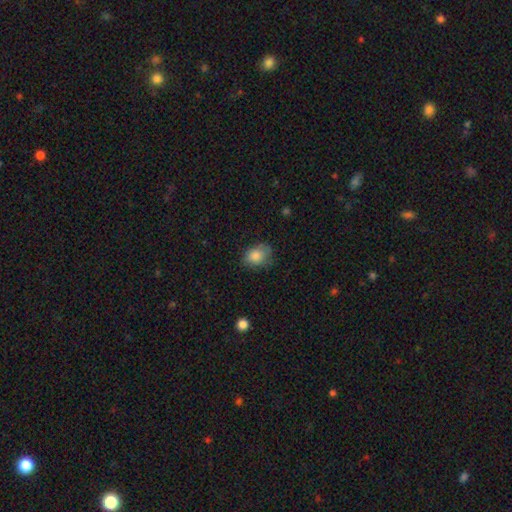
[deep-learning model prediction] smooth-or-featured: smooth: 84% | star or artifact: 9% | featured or disk: 7%
  how-rounded: in between: 60% | round: 39% | cigar-shaped: 1%
  merging: none: 66% | minor disturbance: 26% | major disturbance: 7% | merger: 1%